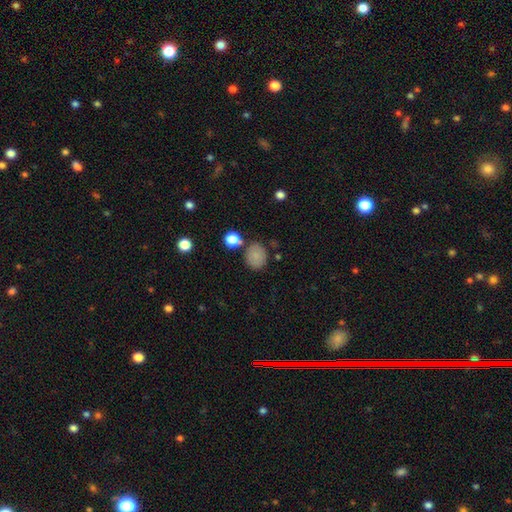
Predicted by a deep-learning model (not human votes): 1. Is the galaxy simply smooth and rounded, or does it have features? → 82% smooth, 11% star or artifact, 7% featured or disk.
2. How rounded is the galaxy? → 58% round, 41% in between, 1% cigar-shaped.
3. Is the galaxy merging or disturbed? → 74% none, 14% minor disturbance, 8% merger, 4% major disturbance.